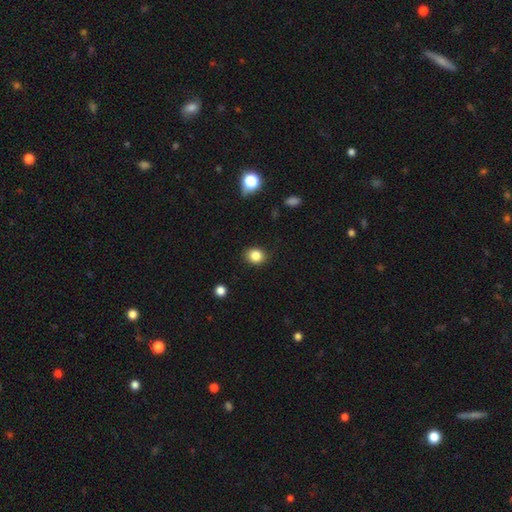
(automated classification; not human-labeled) Smooth or featured? Predicted: smooth (p=0.84). How rounded? Predicted: round (p=0.68). Merging? Predicted: none (p=0.87).